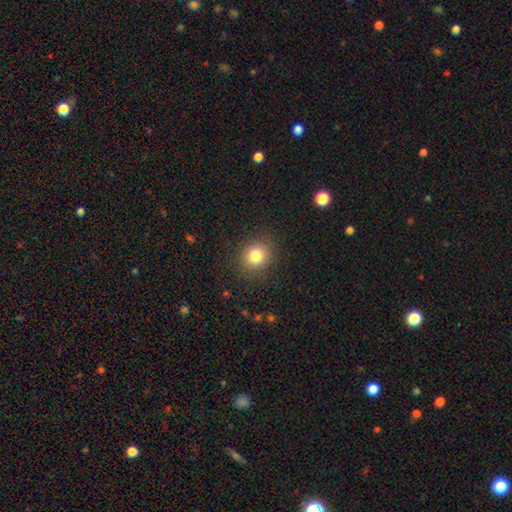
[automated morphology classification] This is clearly a smooth galaxy (82%). How rounded: likely round (77%). Merging: clearly none (88%).